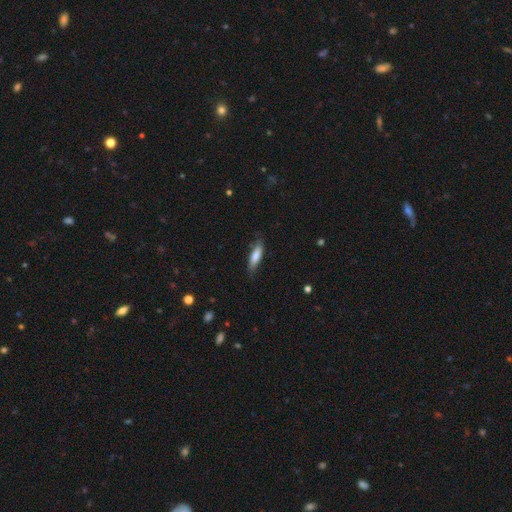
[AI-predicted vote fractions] This appears to be a smooth galaxy with no disk features (75%) that is cigar-shaped (63%). Merging: none (75%).